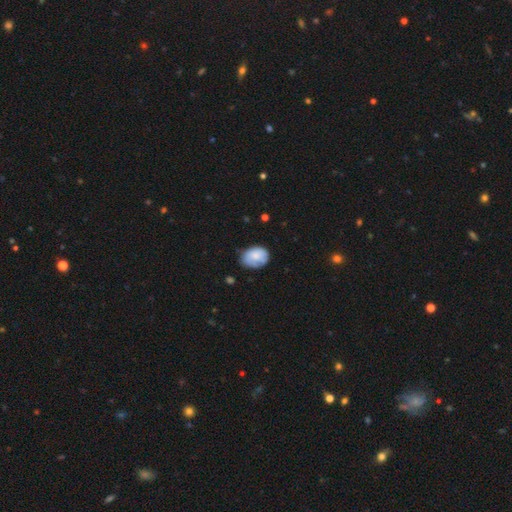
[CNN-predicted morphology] Smooth or featured? smooth (75%)
How rounded? in between (72%)
Merging? none (54%)